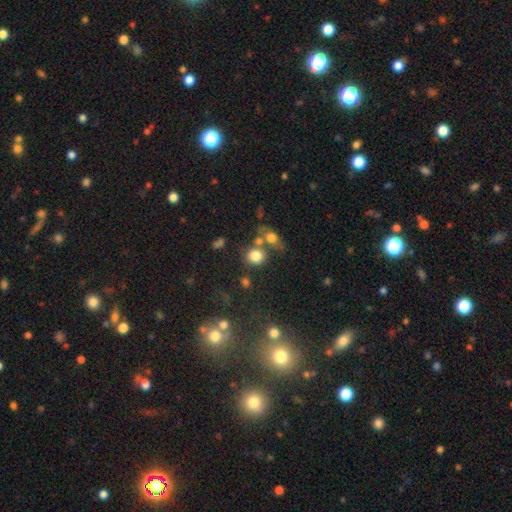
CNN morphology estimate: Smooth or featured?
  - smooth: 78% *
  - star or artifact: 12%
  - featured or disk: 10%
How rounded?
  - round: 77% *
  - in between: 22%
  - cigar-shaped: 1%
Merging?
  - none: 53% *
  - merger: 30%
  - minor disturbance: 11%
  - major disturbance: 6%